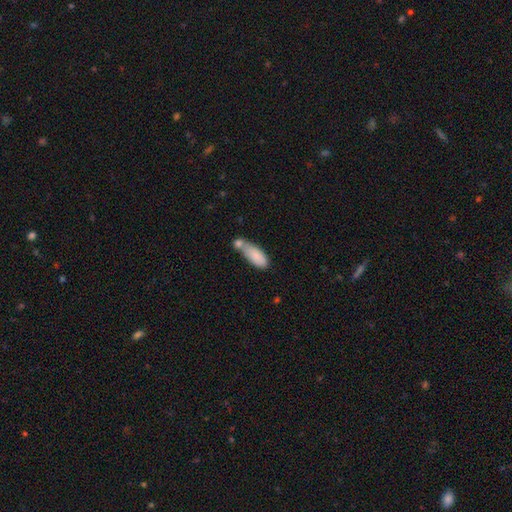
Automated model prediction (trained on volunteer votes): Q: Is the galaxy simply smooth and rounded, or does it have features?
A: smooth — 82%.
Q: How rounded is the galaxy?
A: in between — 74%.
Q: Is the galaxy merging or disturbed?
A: merger — 42%.